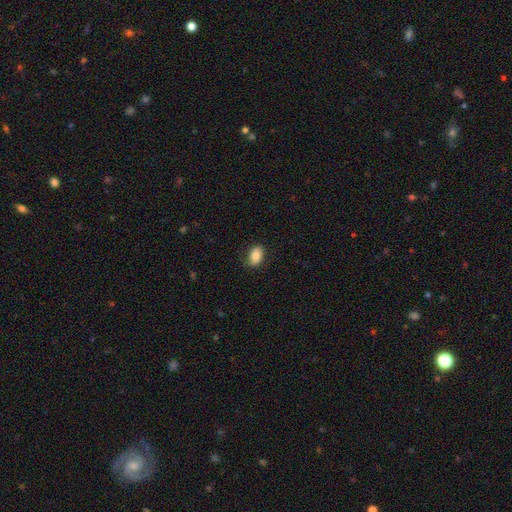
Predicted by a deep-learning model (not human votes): Morphology: type=smooth (82%); roundness=in between (87%); merging=none (81%).